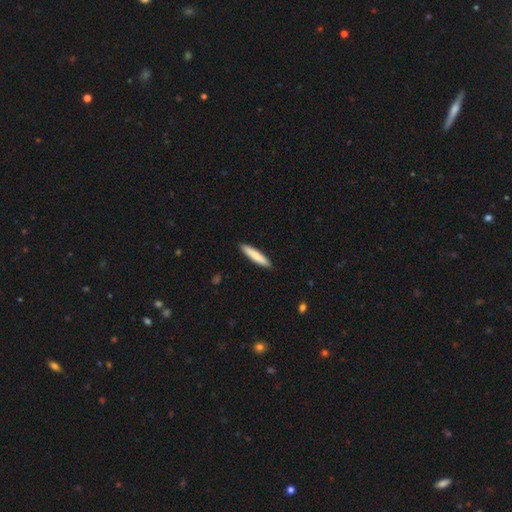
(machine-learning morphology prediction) smooth_or_featured: smooth (p=0.76) [alt: featured or disk p=0.19]
how_rounded: cigar-shaped (p=0.86) [alt: in between p=0.12]
merging: none (p=0.91) [alt: minor disturbance p=0.06]